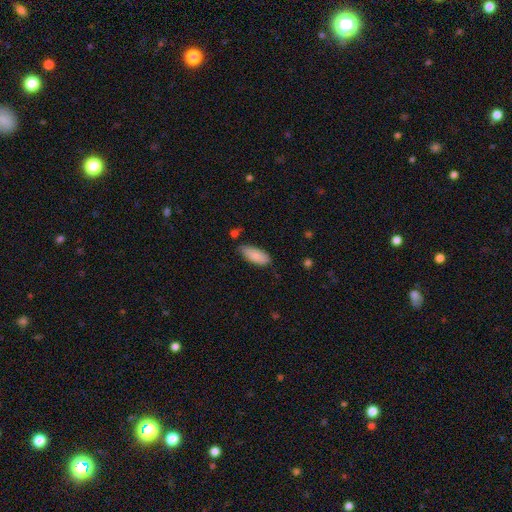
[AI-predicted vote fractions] This appears to be a smooth galaxy with no disk features (85%) that is in between round and cigar-shaped (86%). Merging: none (71%).